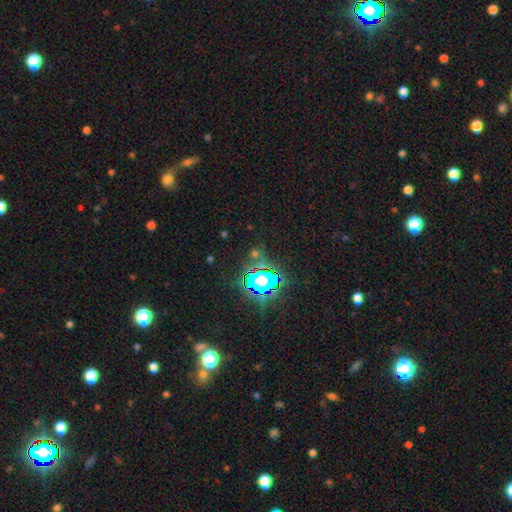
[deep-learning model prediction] A star or artifact, not a galaxy (75%).